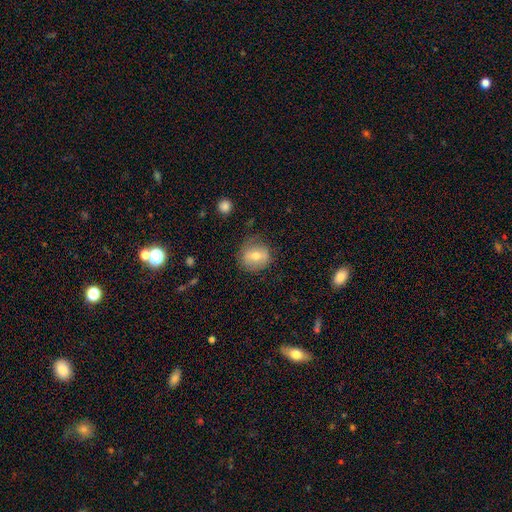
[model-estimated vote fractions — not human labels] Q: Smooth or featured?
A: smooth (62%); runner-up: featured or disk (29%)
Q: How rounded?
A: round (75%); runner-up: in between (23%)
Q: Merging?
A: none (74%); runner-up: minor disturbance (19%)